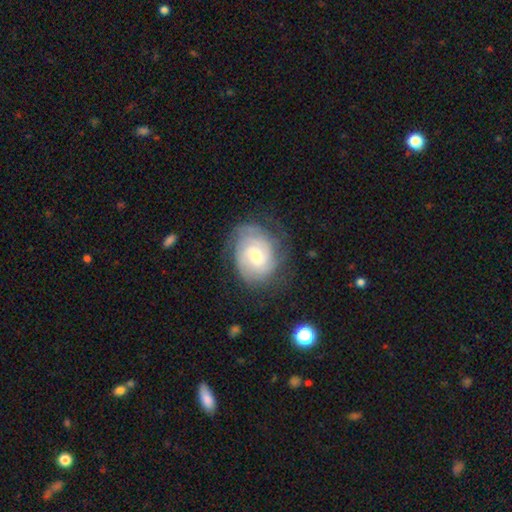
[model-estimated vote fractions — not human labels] featured or disk 73%, smooth 21%, star or artifact 6%. Down the decision tree: edge-on disk — no (97%); bar — weak (49%); spiral arms — yes (92%); spiral arm count — can't tell (42%); spiral winding — tight (65%); bulge size — moderate (47%); merging — none (68%).